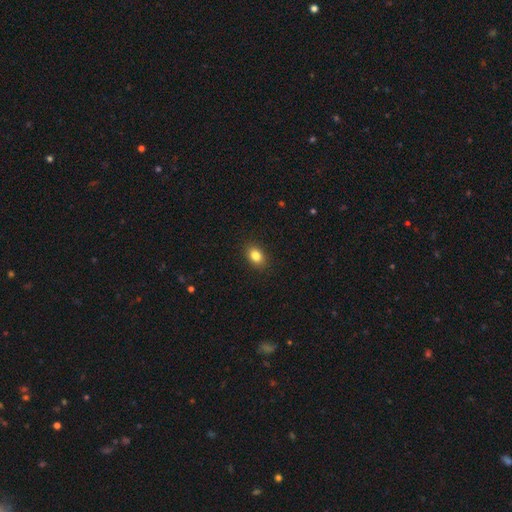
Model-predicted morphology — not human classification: This is clearly a smooth galaxy (84%). How rounded: likely in between (75%). Merging: clearly none (89%).